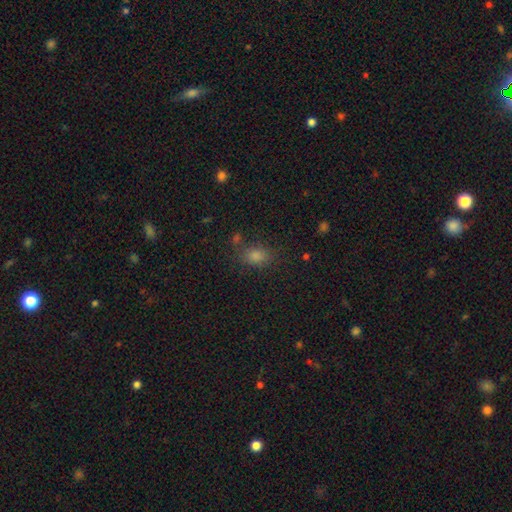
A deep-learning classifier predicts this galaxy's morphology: Smooth or featured? Predicted: smooth (p=0.73). How rounded? Predicted: in between (p=0.65). Merging? Predicted: none (p=0.78).